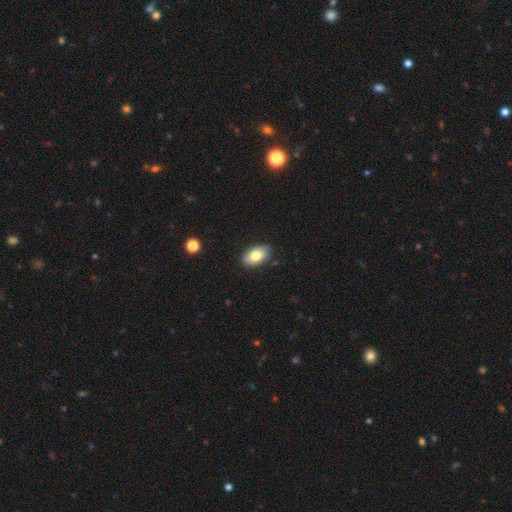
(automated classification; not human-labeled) Q: Smooth or featured?
A: smooth (79%); runner-up: featured or disk (14%)
Q: How rounded?
A: in between (92%); runner-up: round (6%)
Q: Merging?
A: none (84%); runner-up: minor disturbance (12%)